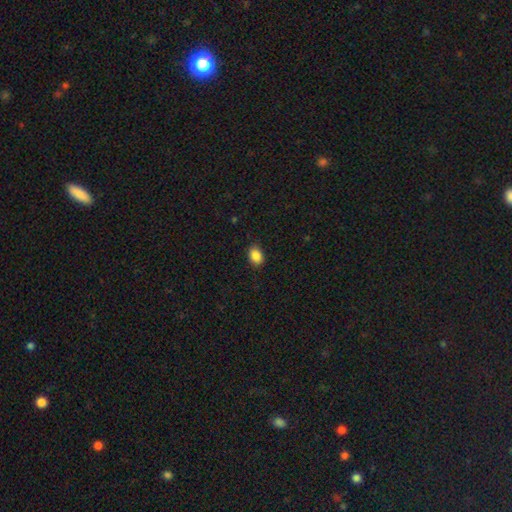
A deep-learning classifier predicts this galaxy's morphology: Smooth or featured? smooth (88%)
How rounded? in between (72%)
Merging? none (85%)